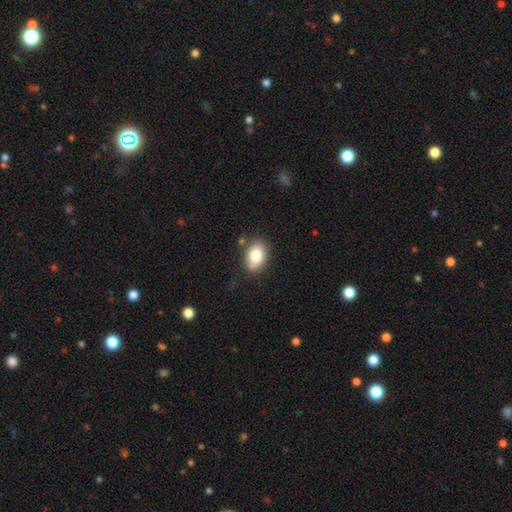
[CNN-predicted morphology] This is clearly a smooth galaxy (83%). How rounded: clearly in between (83%). Merging: likely none (76%).